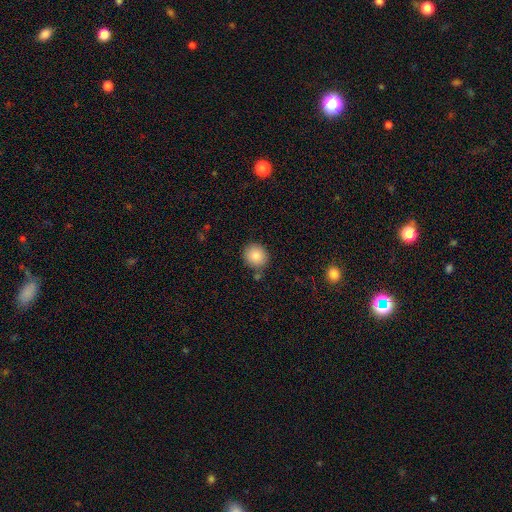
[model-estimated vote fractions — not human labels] Smooth or featured? smooth (85%)
How rounded? round (86%)
Merging? none (83%)